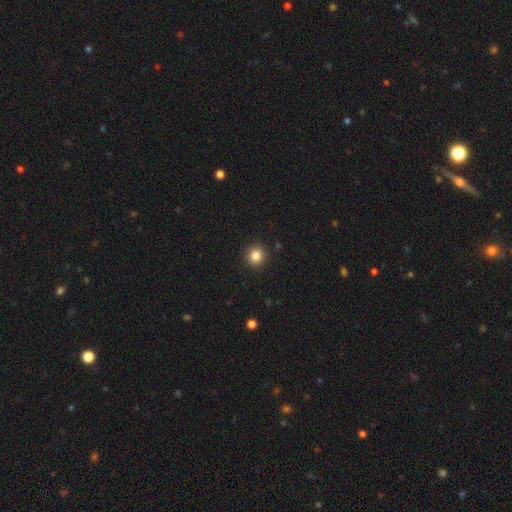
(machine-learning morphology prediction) type=smooth (84%); roundness=round (94%); merging=none (92%).